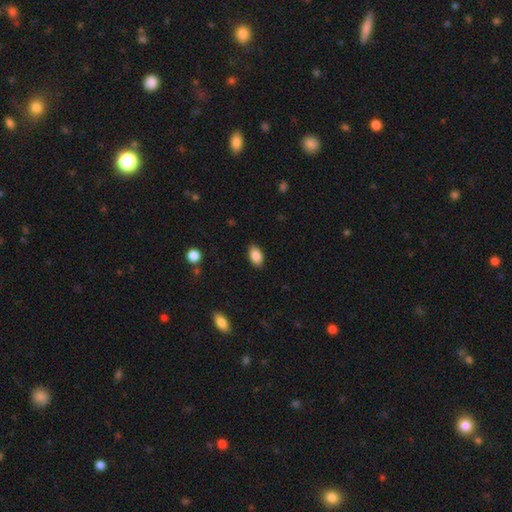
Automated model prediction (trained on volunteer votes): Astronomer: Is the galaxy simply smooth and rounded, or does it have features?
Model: smooth — 87%.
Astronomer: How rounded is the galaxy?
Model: in between — 92%.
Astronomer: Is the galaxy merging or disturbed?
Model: none — 87%.